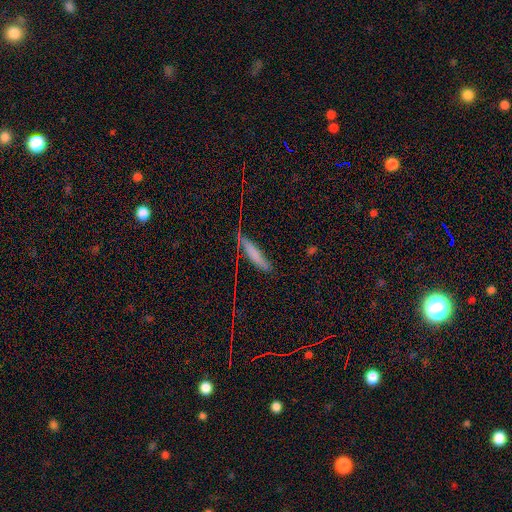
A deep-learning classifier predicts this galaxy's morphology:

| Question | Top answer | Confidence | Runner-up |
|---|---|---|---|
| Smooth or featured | smooth | 71% | featured or disk (19%) |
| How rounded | cigar-shaped | 83% | in between (15%) |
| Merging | none | 71% | minor disturbance (20%) |